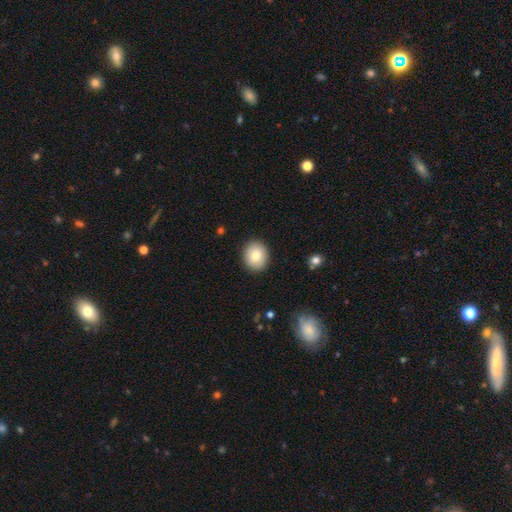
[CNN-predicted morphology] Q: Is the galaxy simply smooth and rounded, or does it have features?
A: smooth — 82%.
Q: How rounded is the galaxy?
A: round — 64%.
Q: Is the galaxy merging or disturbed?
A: none — 90%.